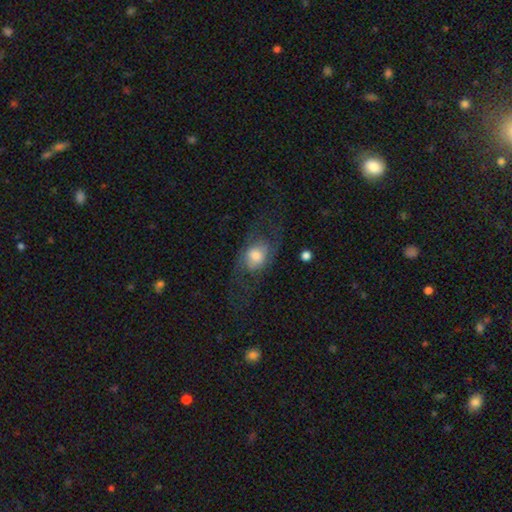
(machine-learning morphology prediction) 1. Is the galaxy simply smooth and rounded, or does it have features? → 48% smooth, 44% featured or disk, 8% star or artifact.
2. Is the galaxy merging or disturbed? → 46% none, 34% major disturbance, 19% minor disturbance, 2% merger.